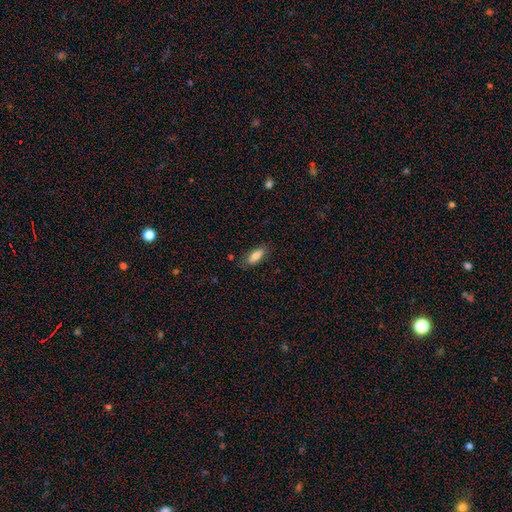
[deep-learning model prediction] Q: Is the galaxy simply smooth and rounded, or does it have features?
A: smooth — 84%.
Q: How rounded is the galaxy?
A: in between — 77%.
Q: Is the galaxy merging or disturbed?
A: none — 77%.